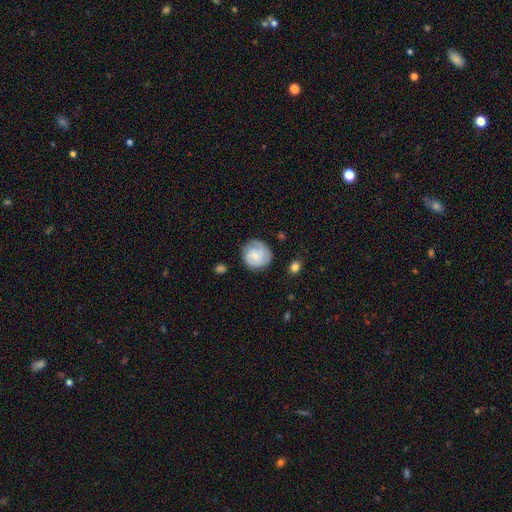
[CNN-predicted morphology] Smooth or featured?
  - featured or disk: 59% *
  - smooth: 35%
  - star or artifact: 6%
Edge-on disk?
  - no: 98% *
  - yes: 2%
Bar?
  - no: 70% *
  - weak: 27%
  - strong: 4%
Spiral arms?
  - yes: 89% *
  - no: 11%
Spiral winding?
  - tight: 65% *
  - medium: 27%
  - loose: 8%
Spiral arm count?
  - 2: 34% *
  - can't tell: 29%
  - 3: 22%
  - 1: 7%
  - 4: 4%
  - more than 4: 3%
Bulge size?
  - small: 61% *
  - moderate: 32%
  - none: 5%
  - large: 2%
  - dominant: 1%
Merging?
  - none: 74% *
  - minor disturbance: 19%
  - major disturbance: 5%
  - merger: 2%